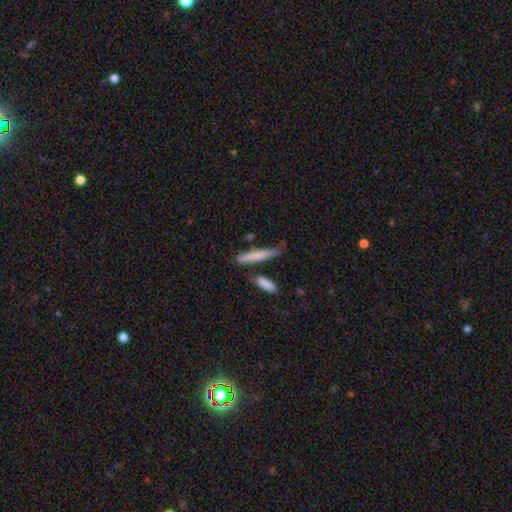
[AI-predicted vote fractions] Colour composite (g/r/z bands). It shows a smooth galaxy with no disk features (73%) that is cigar-shaped (92%). Merging: none (73%).